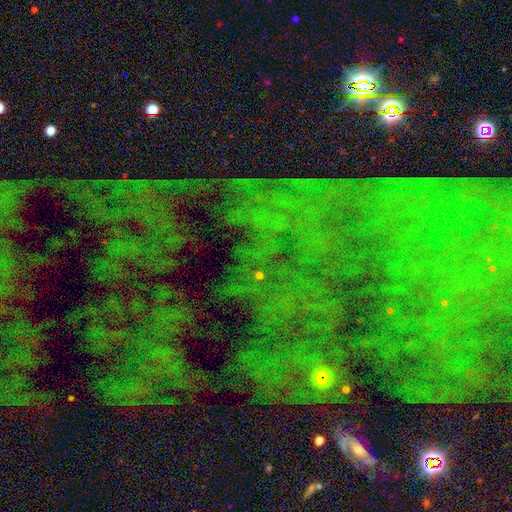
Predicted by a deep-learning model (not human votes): Smooth or featured?
  - star or artifact: 80% *
  - featured or disk: 11%
  - smooth: 9%